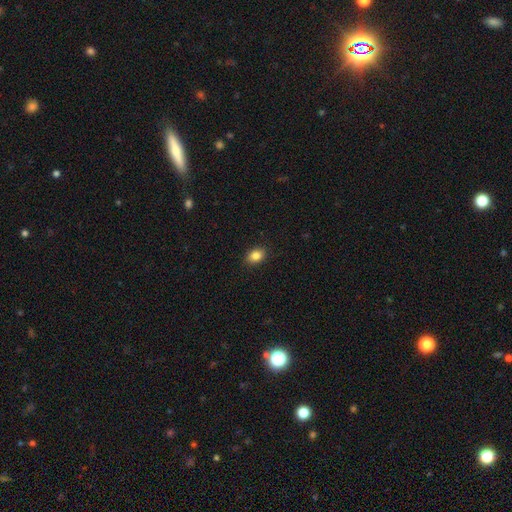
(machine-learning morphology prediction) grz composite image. It shows a smooth galaxy with no disk features (85%) that is in between round and cigar-shaped (73%). Merging: none (89%).